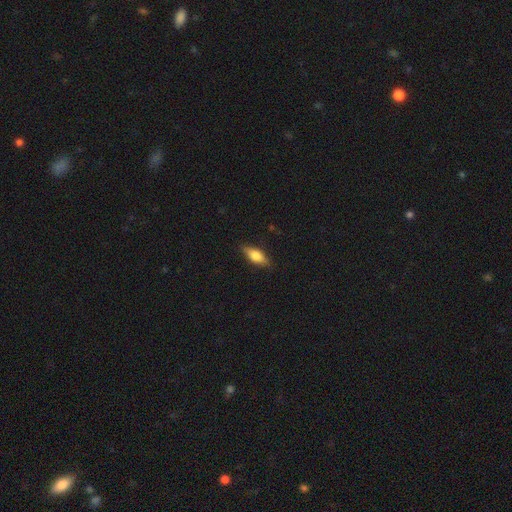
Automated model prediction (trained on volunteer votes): A smooth galaxy with no disk features (67%) that is in between round and cigar-shaped (73%).

Vote fractions:
- Smooth or featured? smooth: 67% / featured or disk: 26% / star or artifact: 7%
- How rounded? in between: 73% / cigar-shaped: 24% / round: 4%
- Merging? none: 84% / minor disturbance: 12% / major disturbance: 3% / merger: 1%